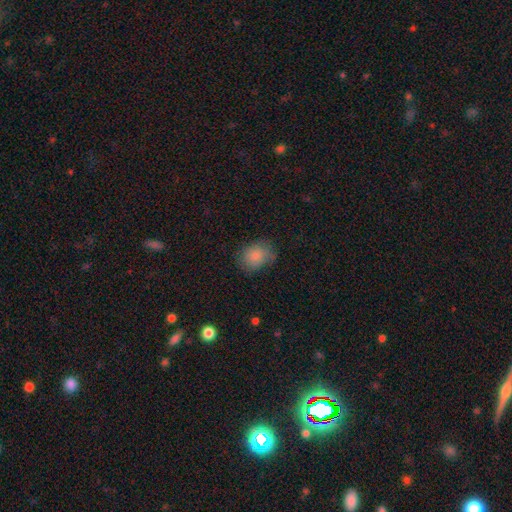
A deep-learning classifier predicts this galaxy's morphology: Smooth or featured? Predicted: smooth (p=0.83). How rounded? Predicted: in between (p=0.57). Merging? Predicted: none (p=0.61).